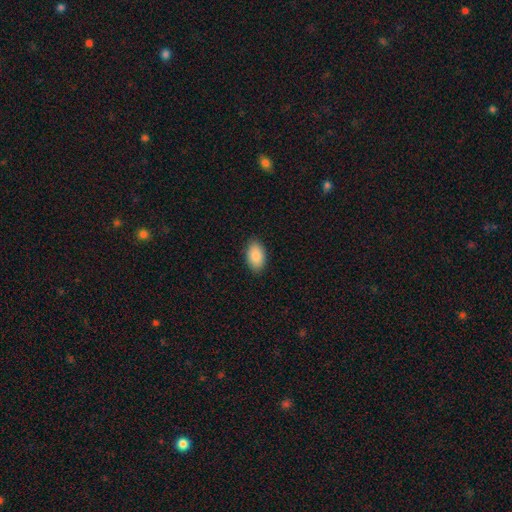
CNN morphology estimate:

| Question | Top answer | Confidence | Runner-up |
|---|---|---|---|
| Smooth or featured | smooth | 89% | star or artifact (7%) |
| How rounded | in between | 93% | round (5%) |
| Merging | none | 89% | minor disturbance (8%) |